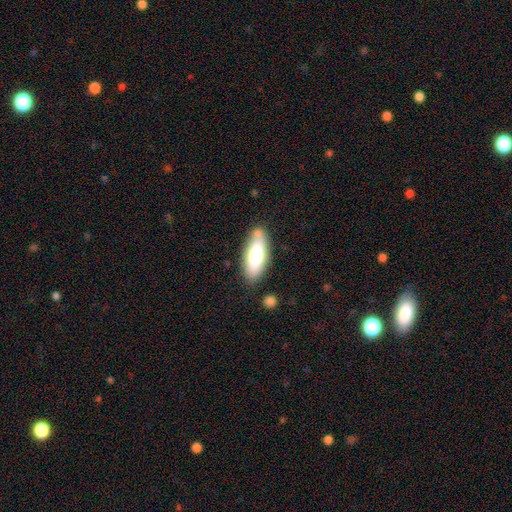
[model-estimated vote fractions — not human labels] A smooth galaxy with no disk features (67%) that is in between round and cigar-shaped (68%).

Vote fractions:
- Smooth or featured? smooth: 67% / featured or disk: 27% / star or artifact: 6%
- How rounded? in between: 68% / cigar-shaped: 30% / round: 2%
- Merging? none: 75% / minor disturbance: 15% / merger: 6% / major disturbance: 4%